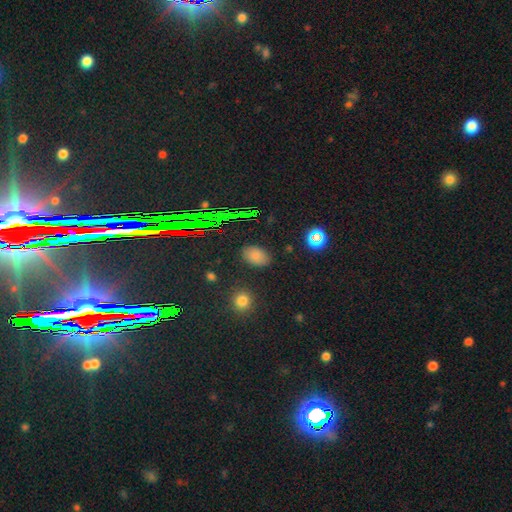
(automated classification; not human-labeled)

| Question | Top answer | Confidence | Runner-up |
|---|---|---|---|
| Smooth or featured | smooth | 76% | star or artifact (18%) |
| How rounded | in between | 87% | round (11%) |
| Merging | none | 86% | minor disturbance (9%) |